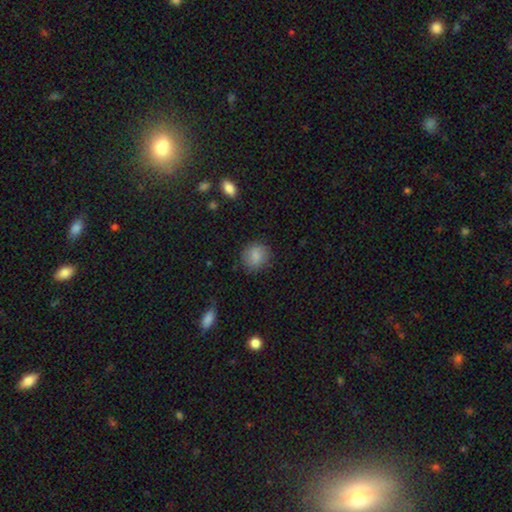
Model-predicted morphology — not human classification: Smooth or featured: smooth — 84% (star or artifact — 8%)
How rounded: round — 83% (in between — 16%)
Merging: none — 82% (minor disturbance — 13%)